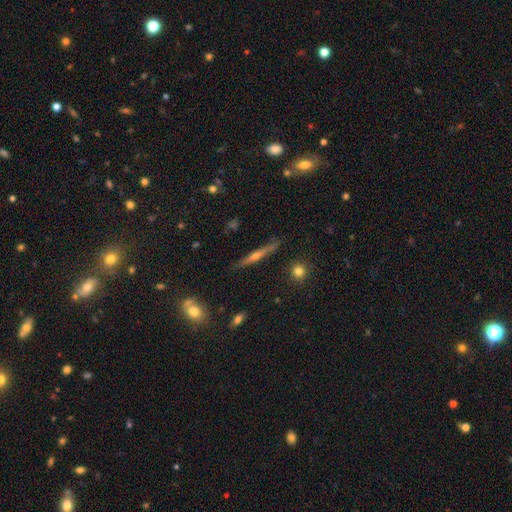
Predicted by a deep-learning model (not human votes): smooth-or-featured: featured or disk: 70% | smooth: 22% | star or artifact: 8%
  disk-edge-on: yes: 97% | no: 3%
    edge-on-bulge: rounded: 82% | none: 14% | boxy: 4%
  merging: none: 87% | minor disturbance: 10% | major disturbance: 2% | merger: 2%